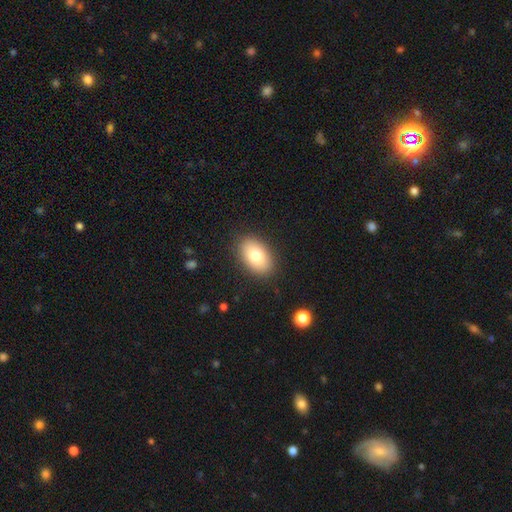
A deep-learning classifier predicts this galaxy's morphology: smooth-or-featured: smooth: 77% | featured or disk: 15% | star or artifact: 8%
  how-rounded: in between: 89% | round: 10% | cigar-shaped: 1%
  merging: none: 87% | minor disturbance: 9% | major disturbance: 3% | merger: 1%